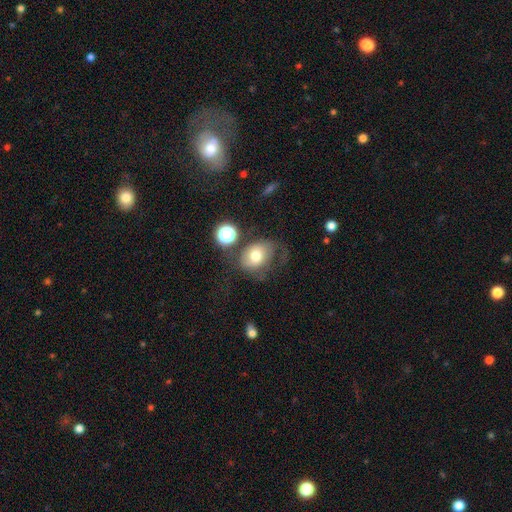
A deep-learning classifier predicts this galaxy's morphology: Smooth or featured? smooth (64%)
How rounded? in between (52%)
Merging? none (41%)